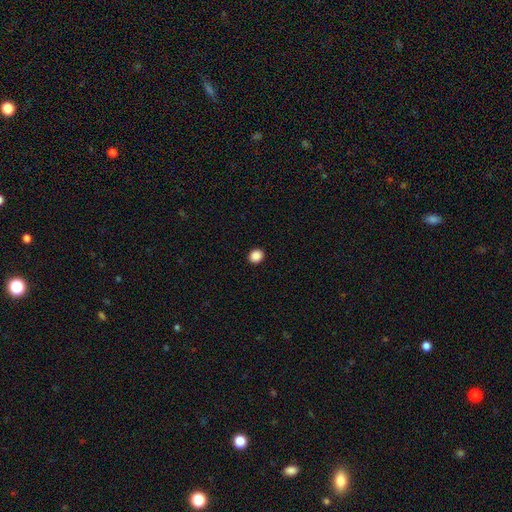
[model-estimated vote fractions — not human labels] Smooth or featured? Predicted: smooth (p=0.88). How rounded? Predicted: round (p=0.81). Merging? Predicted: none (p=0.93).